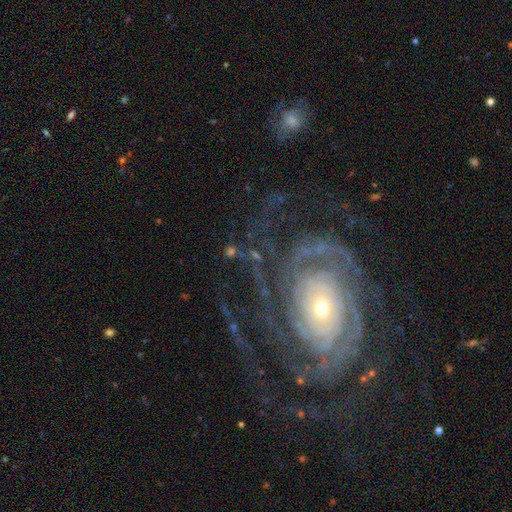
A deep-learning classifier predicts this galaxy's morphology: A featured or disk galaxy (80%) with no bar (67%), tight (63%) spiral arms (93%) and a small central bulge (64%).

Vote fractions:
- Smooth or featured? featured or disk: 80% / star or artifact: 11% / smooth: 8%
- Edge-on disk? no: 96% / yes: 4%
- Bar? no: 67% / weak: 23% / strong: 11%
- Spiral arms? yes: 93% / no: 7%
- Spiral winding? tight: 63% / medium: 26% / loose: 11%
- Spiral arm count? can't tell: 29% / 2: 19% / 3: 17% / 4: 14% / more than 4: 12% / 1: 9%
- Bulge size? small: 64% / moderate: 30% / large: 3% / none: 2% / dominant: 1%
- Merging? none: 63% / major disturbance: 19% / minor disturbance: 14% / merger: 3%